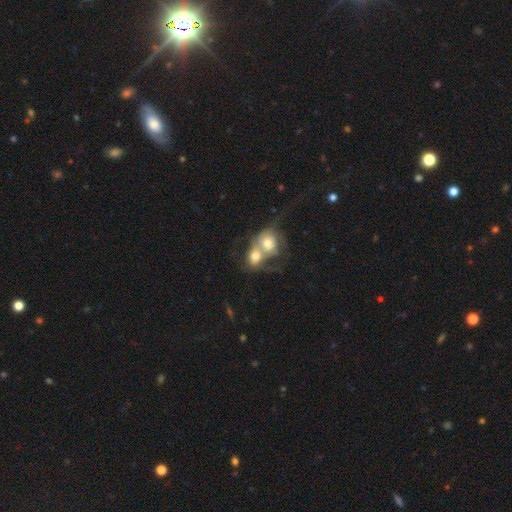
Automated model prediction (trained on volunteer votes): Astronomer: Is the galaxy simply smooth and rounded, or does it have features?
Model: smooth — 51%.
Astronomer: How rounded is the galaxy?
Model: round — 59% (runner-up: in between, 37%).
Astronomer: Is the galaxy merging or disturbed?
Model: merger — 56% (runner-up: none, 31%).